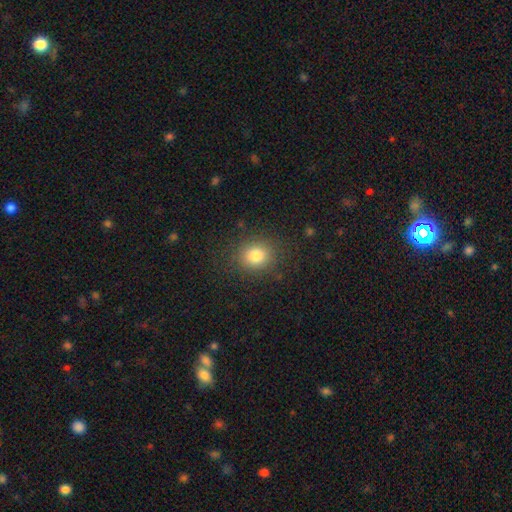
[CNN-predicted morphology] A smooth galaxy with no disk features (80%) that is round (73%). Merging: none (85%).